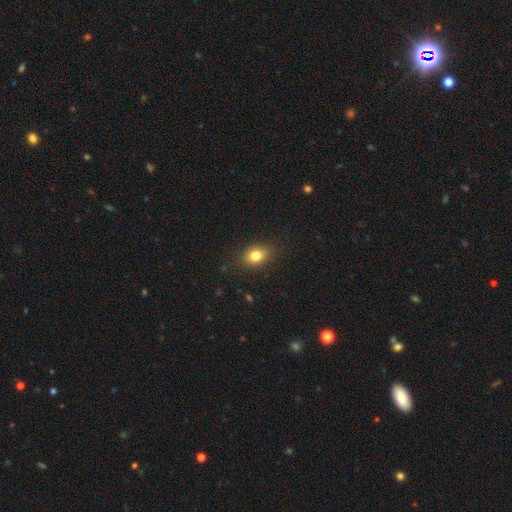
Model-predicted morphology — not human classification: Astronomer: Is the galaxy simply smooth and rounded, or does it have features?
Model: smooth — 80%.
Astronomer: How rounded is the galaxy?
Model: in between — 64%.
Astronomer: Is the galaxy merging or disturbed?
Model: none — 86%.